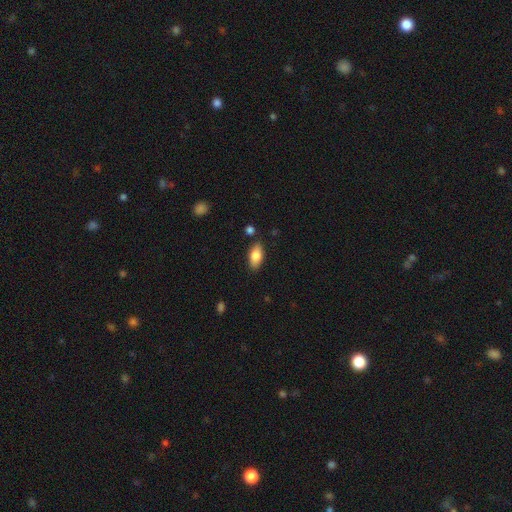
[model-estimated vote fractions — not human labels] Smooth or featured? smooth (80%)
How rounded? in between (89%)
Merging? none (84%)